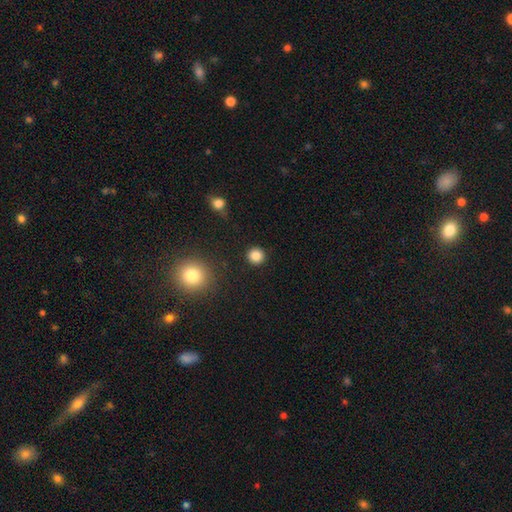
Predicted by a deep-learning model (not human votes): A smooth galaxy with no disk features (85%) that is round (94%).

Vote fractions:
- Smooth or featured? smooth: 85% / star or artifact: 11% / featured or disk: 4%
- How rounded? round: 94% / in between: 5% / cigar-shaped: 1%
- Merging? none: 91% / minor disturbance: 5% / major disturbance: 2% / merger: 2%